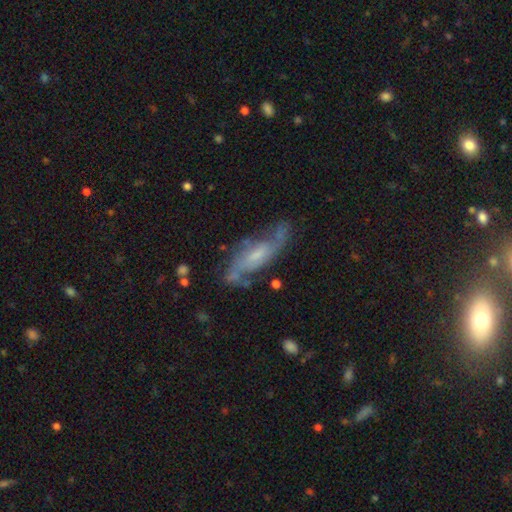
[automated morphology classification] featured or disk 80%, smooth 14%, star or artifact 6%. Down the decision tree: edge-on disk — no (88%); bar — weak (46%); spiral arms — yes (93%); spiral arm count — 2 (82%); spiral winding — medium (45%); bulge size — small (55%); merging — none (66%).